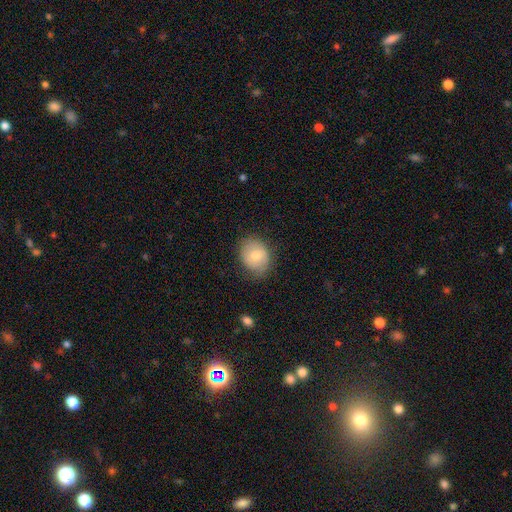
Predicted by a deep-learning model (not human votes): Smooth or featured?
  - smooth: 72% *
  - featured or disk: 20%
  - star or artifact: 8%
How rounded?
  - round: 50% *
  - in between: 49%
  - cigar-shaped: 1%
Merging?
  - none: 73% *
  - minor disturbance: 21%
  - major disturbance: 5%
  - merger: 1%